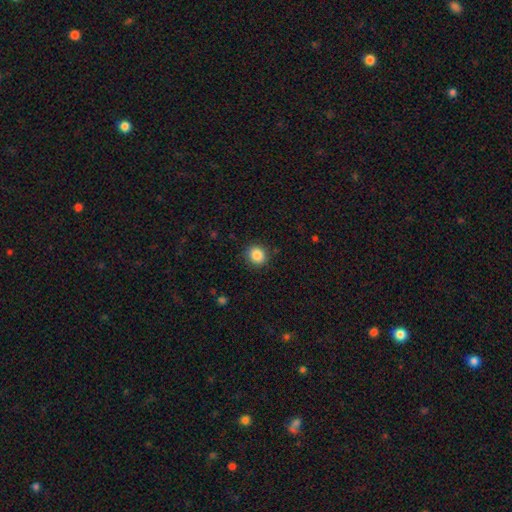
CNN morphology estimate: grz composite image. It shows a smooth galaxy with no disk features (86%) that is round (85%). Merging: none (88%).